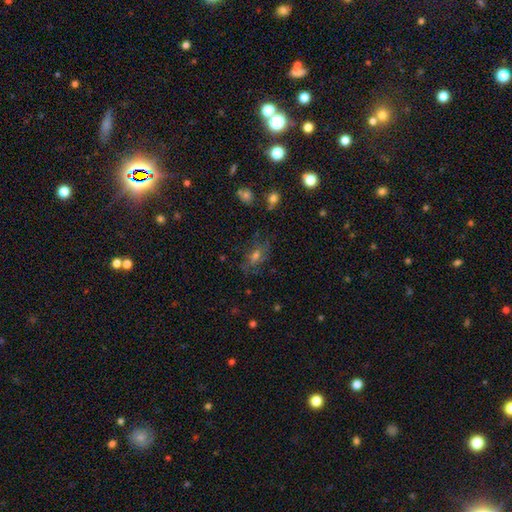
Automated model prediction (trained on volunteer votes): A featured or disk galaxy (39%).

Vote fractions:
- Smooth or featured? featured or disk: 39% / smooth: 36% / star or artifact: 25%
- Merging? none: 66% / minor disturbance: 19% / major disturbance: 12% / merger: 3%